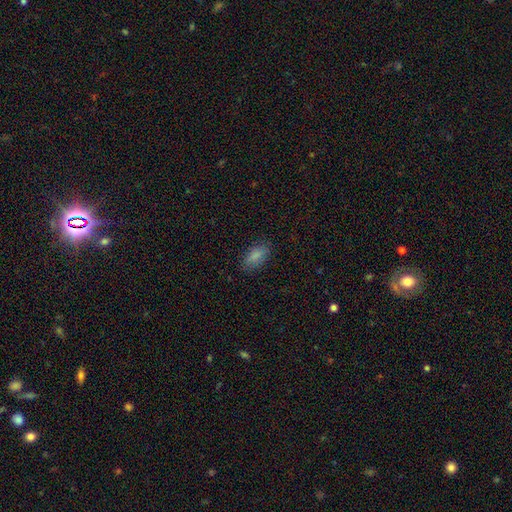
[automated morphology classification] smooth-or-featured: smooth: 85% | star or artifact: 8% | featured or disk: 6%
  how-rounded: in between: 90% | cigar-shaped: 7% | round: 3%
  merging: none: 83% | minor disturbance: 13% | major disturbance: 3% | merger: 1%